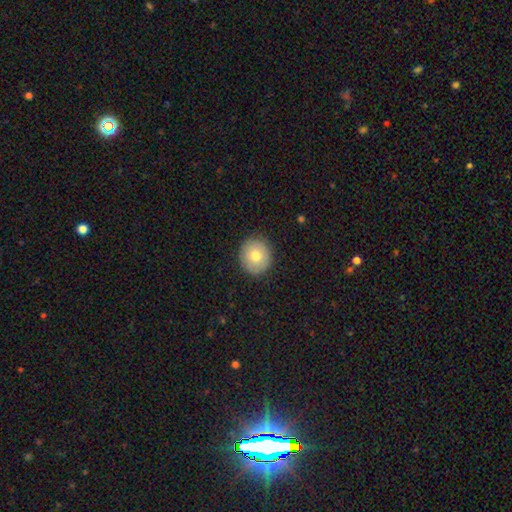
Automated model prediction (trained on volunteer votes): This appears to be a smooth galaxy with no disk features (72%) that is round (88%). Merging: none (89%).